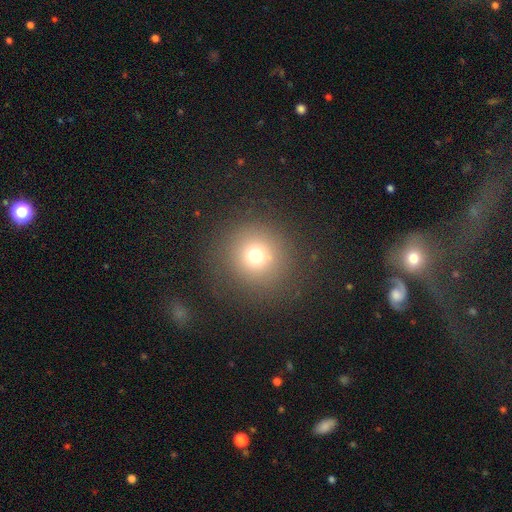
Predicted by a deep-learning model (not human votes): A smooth galaxy with no disk features (71%) that is round (94%). Merging: none (85%).